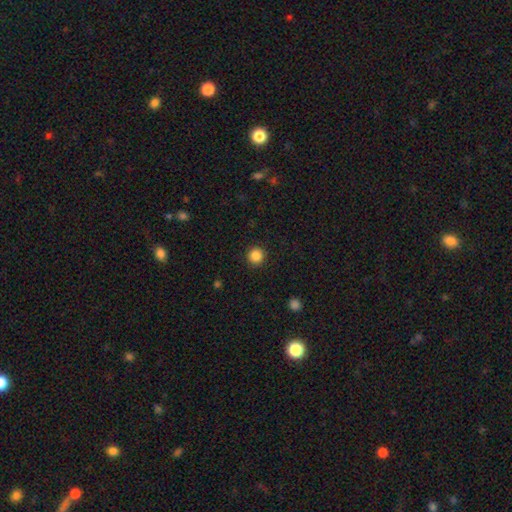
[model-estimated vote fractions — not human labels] This appears to be a smooth galaxy with no disk features (86%) that is round (95%). Merging: none (92%).